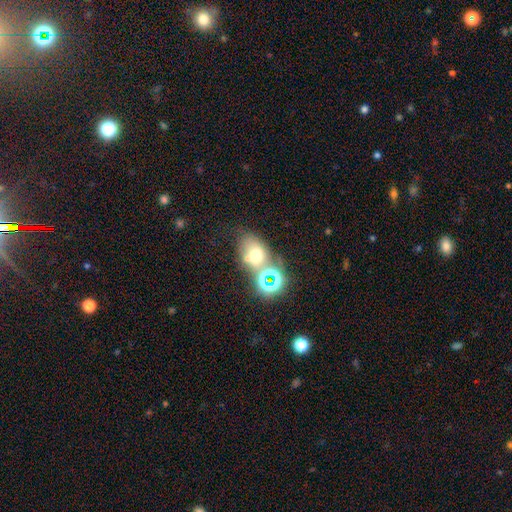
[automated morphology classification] Overall: smooth (56%; star or artifact 23%). How rounded: in between (60%; round 39%). Merging: none (44%; merger 34%).